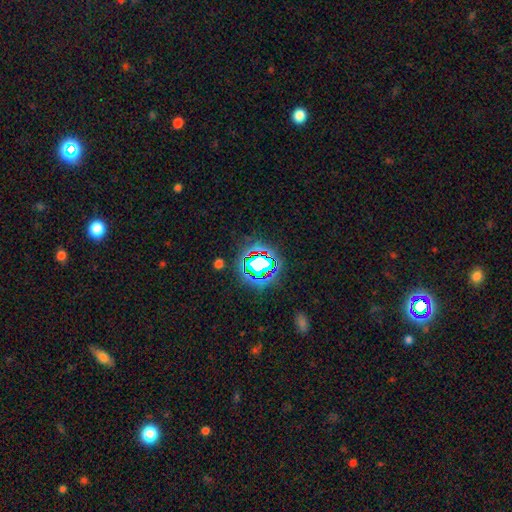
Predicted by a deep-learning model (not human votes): This is likely a star or artifact rather than a galaxy (80%).